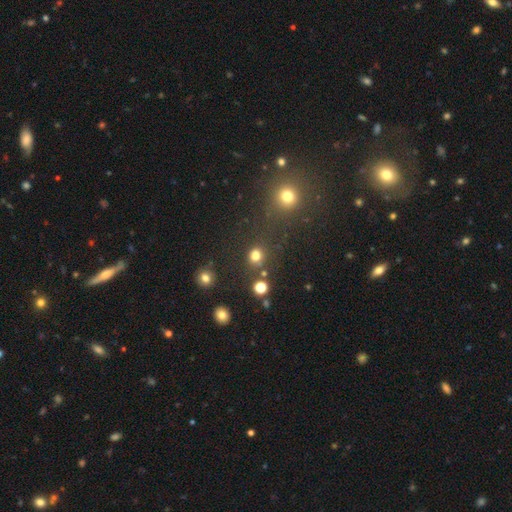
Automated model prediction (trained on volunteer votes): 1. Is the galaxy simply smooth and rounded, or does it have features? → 76% smooth, 19% star or artifact, 6% featured or disk.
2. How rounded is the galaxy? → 78% round, 21% in between, 1% cigar-shaped.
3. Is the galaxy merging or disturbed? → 74% none, 11% merger, 10% minor disturbance, 5% major disturbance.